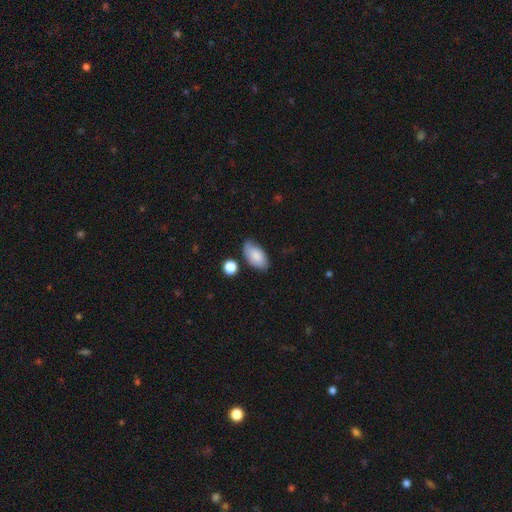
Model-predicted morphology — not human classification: This is likely a smooth galaxy (80%). How rounded: clearly in between (94%). Merging: likely none (63%).